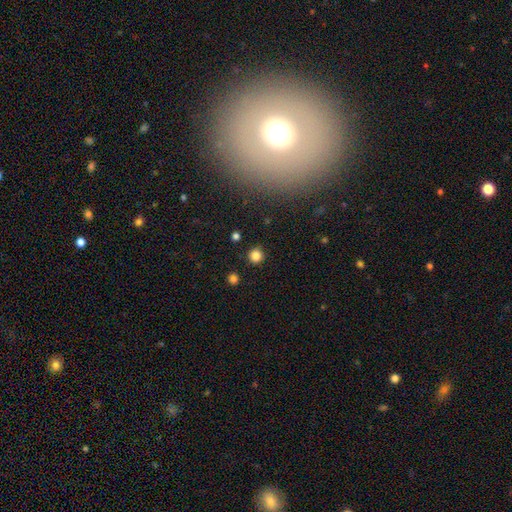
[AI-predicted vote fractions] The model was most divided on "smooth or featured": smooth: 83%, star or artifact: 13%, featured or disk: 4%. More confident: how rounded — round (95%); merging — none (91%).